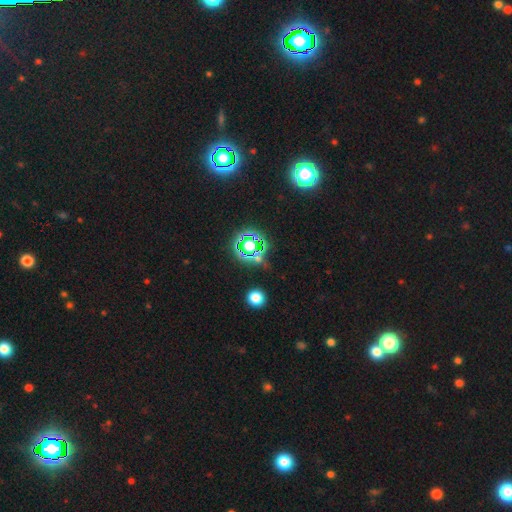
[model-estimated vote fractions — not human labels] Smooth or featured? star or artifact (73%)